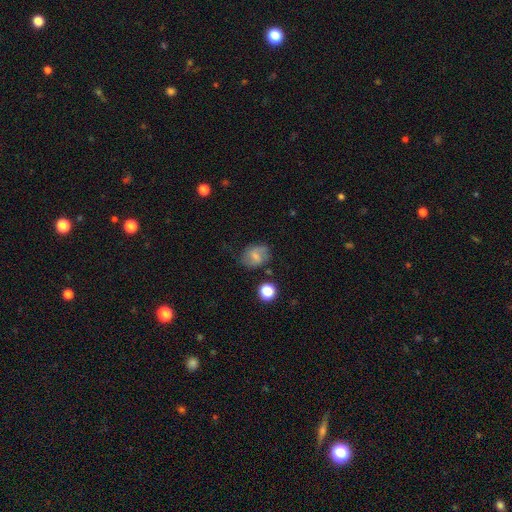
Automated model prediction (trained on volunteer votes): smooth_or_featured: smooth (p=0.52) [alt: featured or disk p=0.37]
how_rounded: in between (p=0.52) [alt: round p=0.47]
merging: none (p=0.68) [alt: minor disturbance p=0.21]